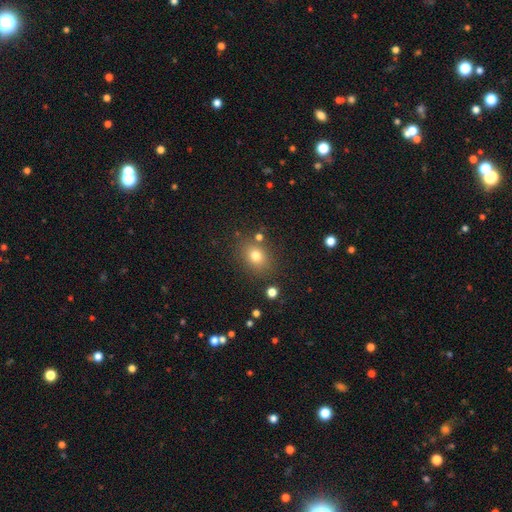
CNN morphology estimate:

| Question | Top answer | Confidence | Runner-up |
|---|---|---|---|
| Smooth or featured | smooth | 77% | star or artifact (14%) |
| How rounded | round | 55% | in between (44%) |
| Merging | none | 80% | minor disturbance (11%) |